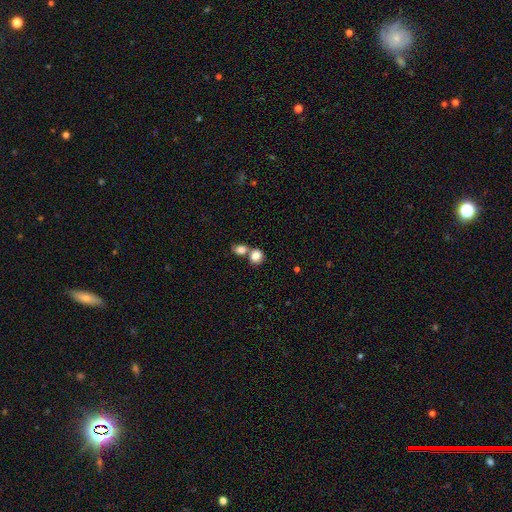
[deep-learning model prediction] Morphology: type=smooth (84%); roundness=round (69%); merging=merger (46%).